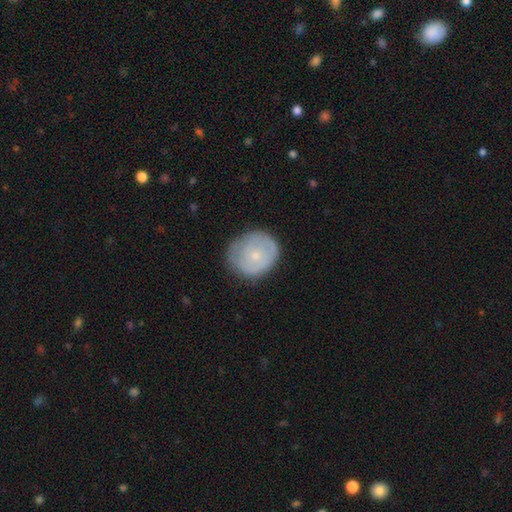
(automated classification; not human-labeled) smooth-or-featured: smooth: 55% | featured or disk: 38% | star or artifact: 7%
  how-rounded: round: 79% | in between: 20% | cigar-shaped: 1%
  merging: none: 71% | minor disturbance: 22% | major disturbance: 7% | merger: 1%